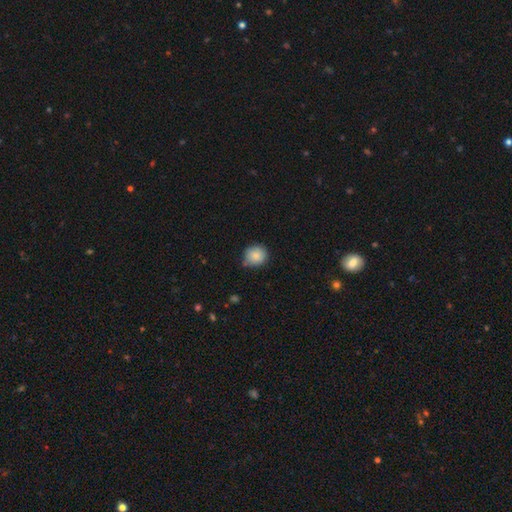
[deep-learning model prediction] This appears to be a smooth galaxy with no disk features (86%) that is round (86%). Merging: none (74%).